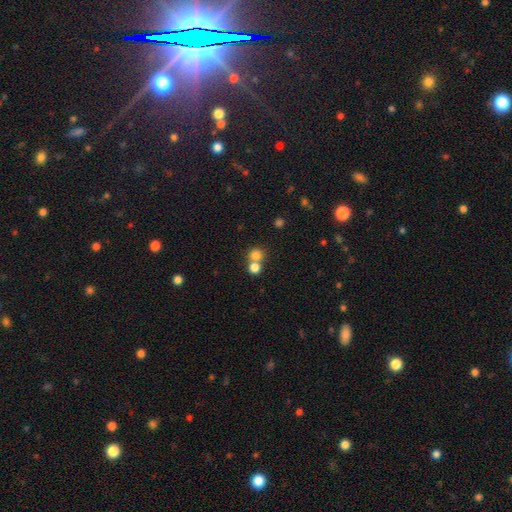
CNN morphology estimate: Smooth or featured? Predicted: smooth (p=0.79). How rounded? Predicted: round (p=0.86). Merging? Predicted: none (p=0.49).